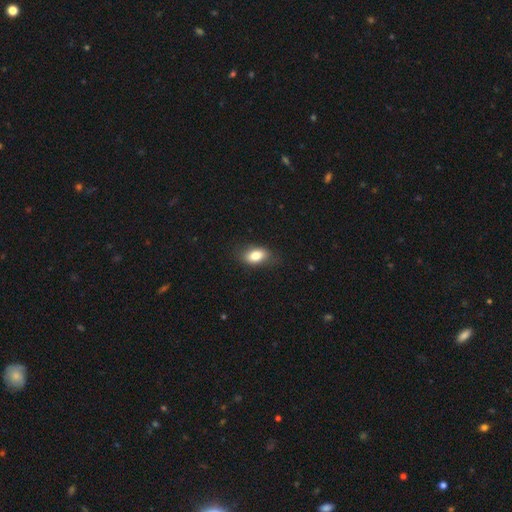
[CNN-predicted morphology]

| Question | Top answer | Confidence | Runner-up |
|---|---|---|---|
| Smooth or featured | smooth | 82% | featured or disk (10%) |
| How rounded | in between | 87% | round (9%) |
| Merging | none | 79% | minor disturbance (16%) |